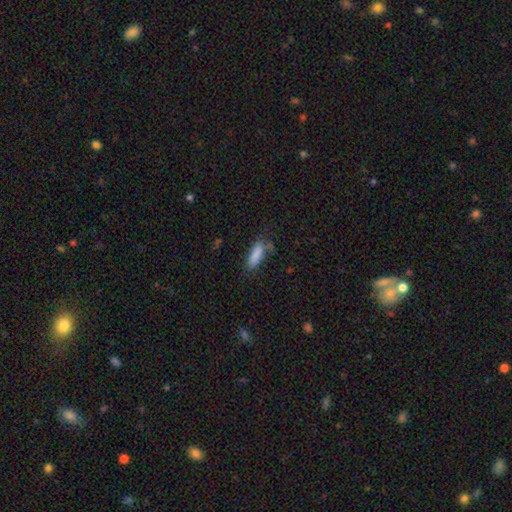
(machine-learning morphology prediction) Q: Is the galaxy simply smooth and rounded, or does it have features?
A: smooth — 86%.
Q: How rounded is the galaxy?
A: cigar-shaped — 54%.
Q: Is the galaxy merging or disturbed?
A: none — 71%.